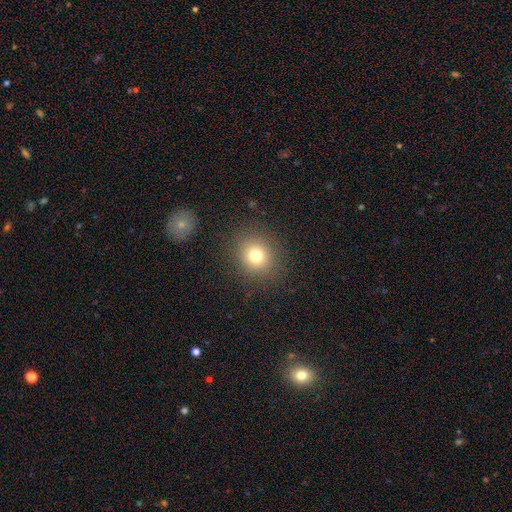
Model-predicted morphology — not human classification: Overall: smooth (75%). How rounded: round (82%). Merging: none (87%).